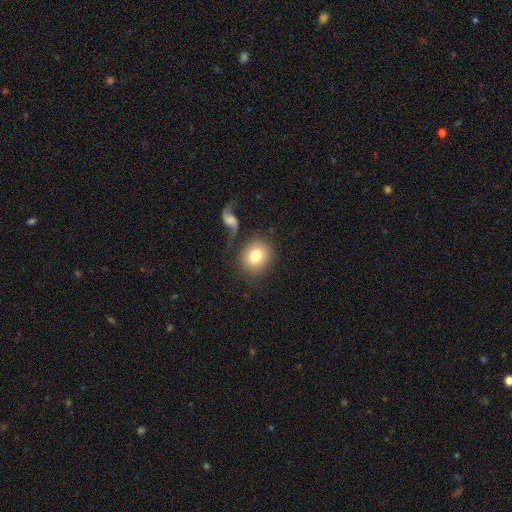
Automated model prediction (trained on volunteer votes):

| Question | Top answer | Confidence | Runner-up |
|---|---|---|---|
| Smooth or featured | smooth | 78% | featured or disk (14%) |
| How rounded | round | 78% | in between (21%) |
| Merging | none | 73% | minor disturbance (11%) |